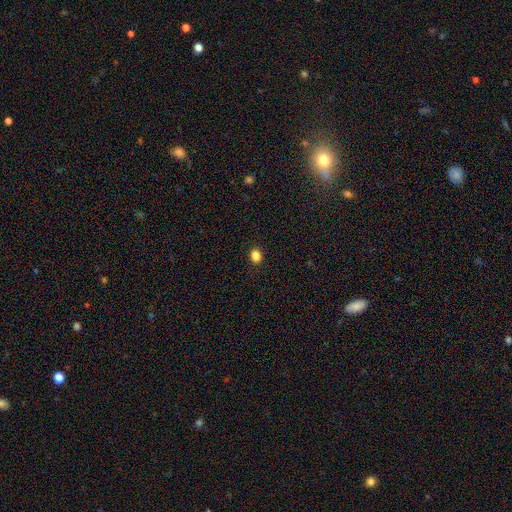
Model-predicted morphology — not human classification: Q: Smooth or featured?
A: smooth (85%); runner-up: star or artifact (11%)
Q: How rounded?
A: in between (52%); runner-up: round (47%)
Q: Merging?
A: none (91%); runner-up: minor disturbance (6%)